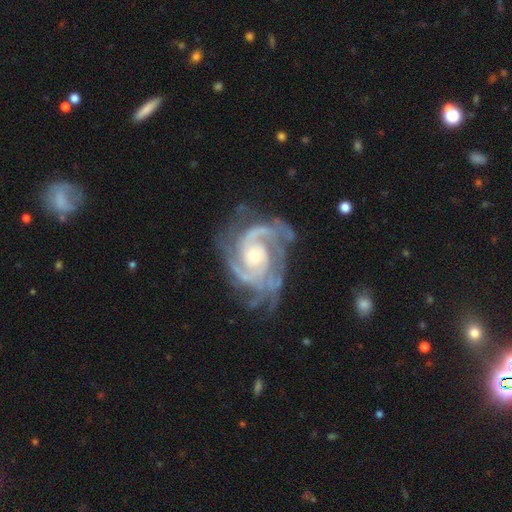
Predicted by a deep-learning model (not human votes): A featured or disk galaxy (93%) with no bar (68%), 3 (32%) tight (59%) spiral arms (98%) and a moderate central bulge (48%). Merging: none (64%).